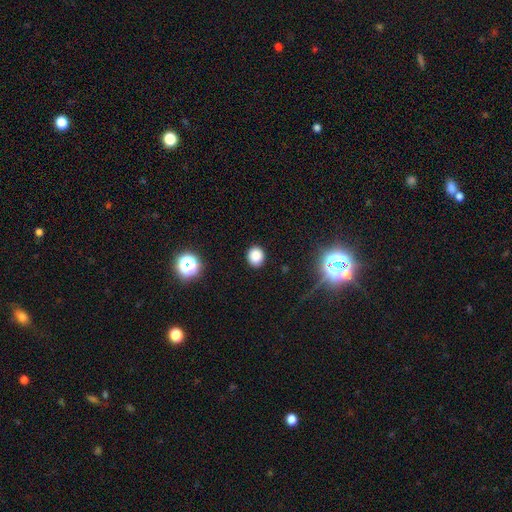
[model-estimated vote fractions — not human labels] Overall: smooth (83%). How rounded: round (78%). Merging: none (90%).